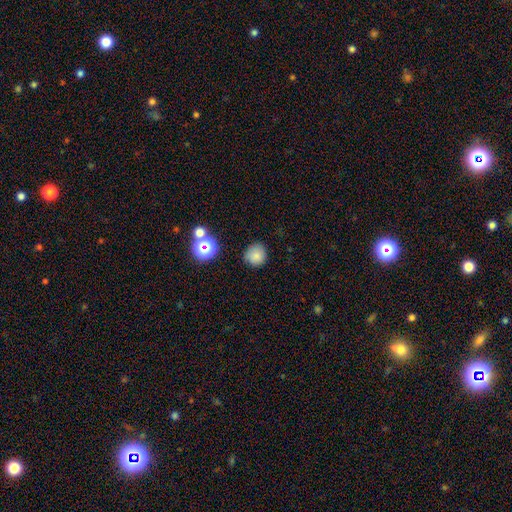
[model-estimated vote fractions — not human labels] This appears to be a smooth galaxy with no disk features (79%) that is round (90%). Merging: none (82%).